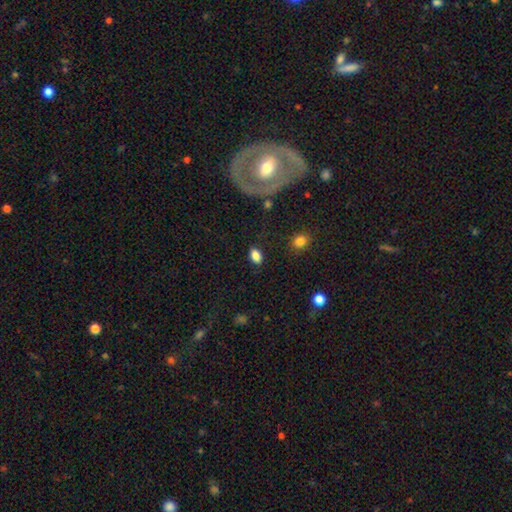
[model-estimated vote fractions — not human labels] Smooth or featured? smooth (85%)
How rounded? in between (85%)
Merging? none (83%)